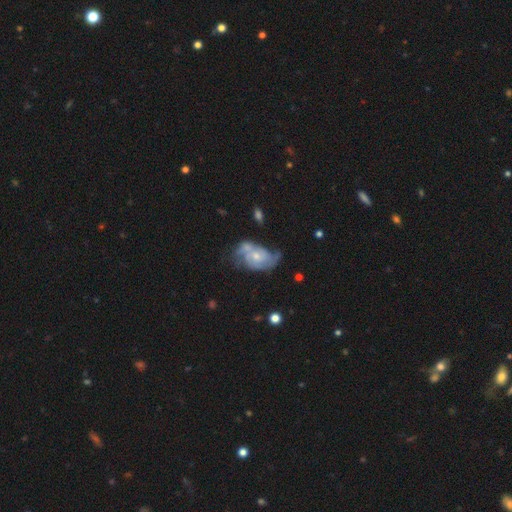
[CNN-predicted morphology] Smooth or featured? featured or disk (77%)
Edge-on disk? no (97%)
Bar? no (73%)
Spiral arms? yes (88%)
Spiral winding? medium (42%)
Spiral arm count? 2 (58%)
Bulge size? small (62%)
Merging? none (45%)